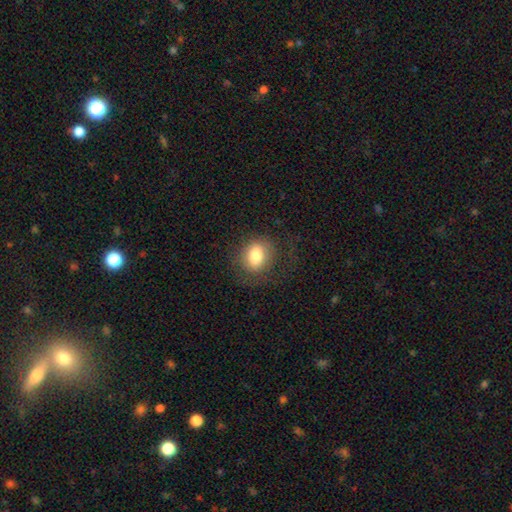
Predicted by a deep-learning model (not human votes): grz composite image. It shows a smooth galaxy with no disk features (77%) that is in between round and cigar-shaped (53%). Merging: none (74%).